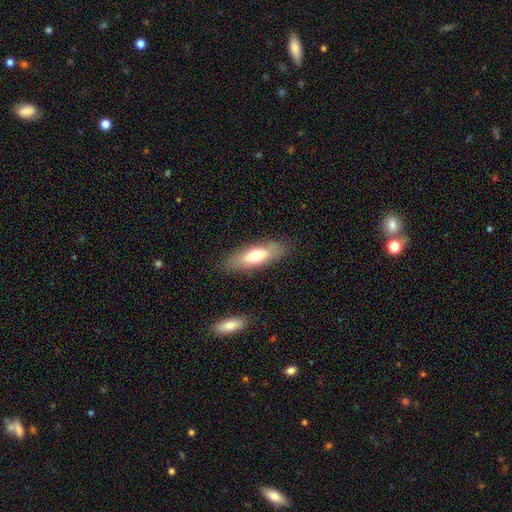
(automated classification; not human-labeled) Smooth or featured? Predicted: smooth (p=0.63). How rounded? Predicted: in between (p=0.61). Merging? Predicted: none (p=0.83).